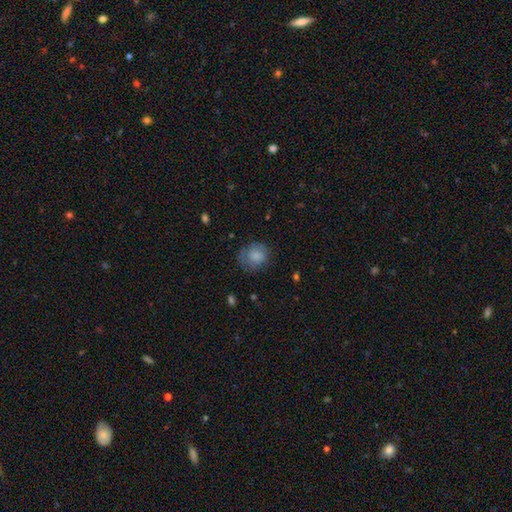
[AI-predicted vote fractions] Smooth or featured? smooth (81%)
How rounded? round (70%)
Merging? none (63%)